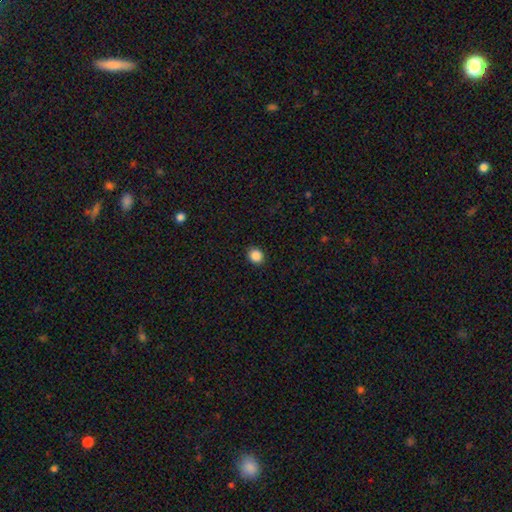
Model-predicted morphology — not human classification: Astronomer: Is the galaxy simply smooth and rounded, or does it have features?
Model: smooth — 86%.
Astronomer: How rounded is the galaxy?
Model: round — 79%.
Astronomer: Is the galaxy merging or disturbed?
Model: none — 91%.